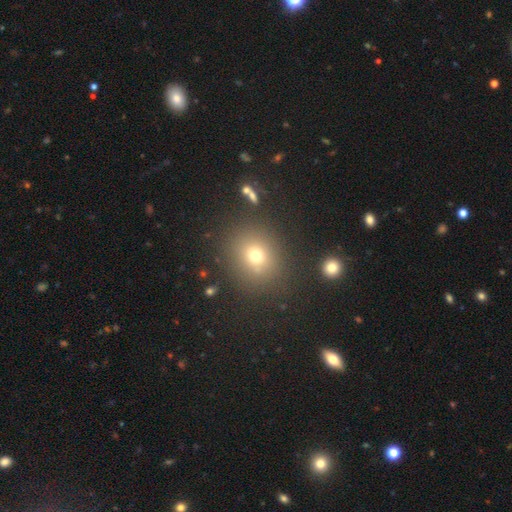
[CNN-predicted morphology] Smooth or featured: smooth — 70% (star or artifact — 19%)
How rounded: round — 79% (in between — 20%)
Merging: none — 82% (minor disturbance — 9%)